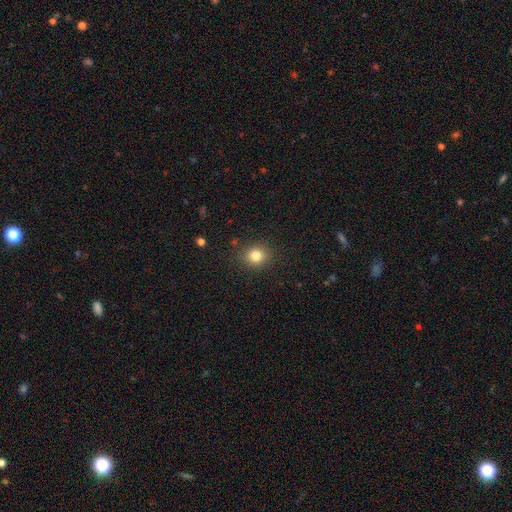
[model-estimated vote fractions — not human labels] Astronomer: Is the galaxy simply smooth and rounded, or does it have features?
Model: smooth — 82%.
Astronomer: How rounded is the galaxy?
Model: round — 77%.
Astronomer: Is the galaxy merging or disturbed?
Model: none — 88%.